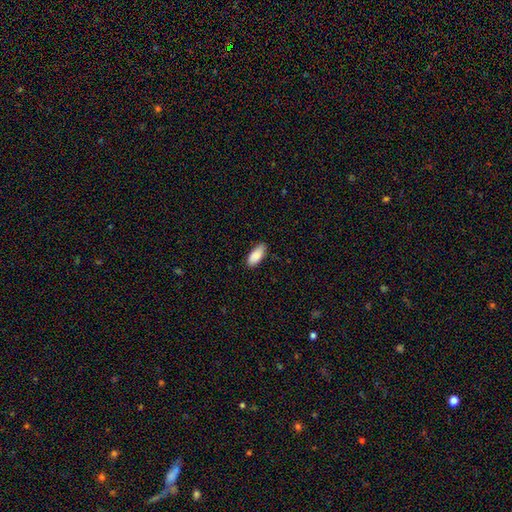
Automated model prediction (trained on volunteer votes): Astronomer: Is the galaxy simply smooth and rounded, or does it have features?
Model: smooth — 88%.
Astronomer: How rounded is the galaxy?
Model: in between — 86%.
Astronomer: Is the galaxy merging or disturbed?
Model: none — 80%.